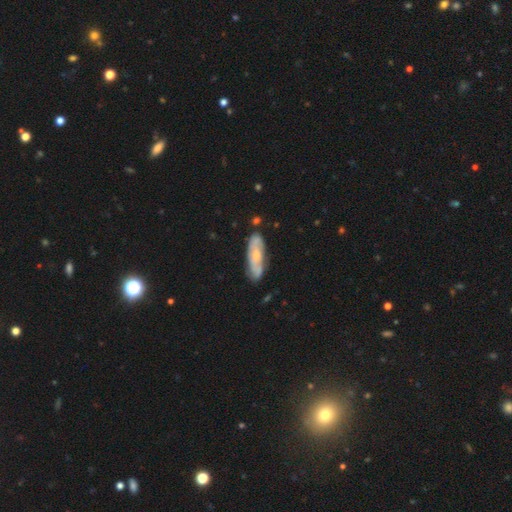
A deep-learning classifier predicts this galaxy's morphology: This is possibly a featured or disk galaxy (55%). It is likely not viewed edge-on (77%). Merging: likely none (76%).